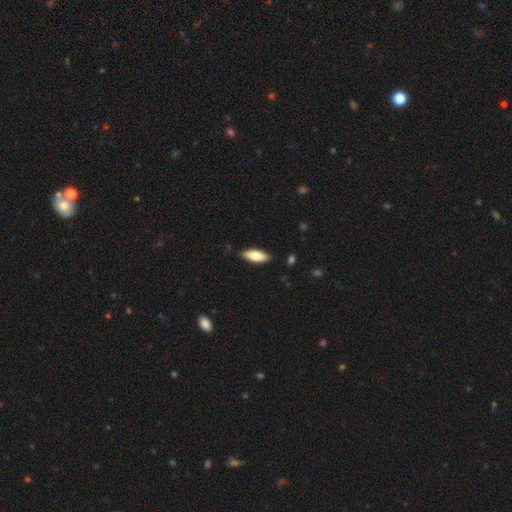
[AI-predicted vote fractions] Smooth or featured?
  - smooth: 76% *
  - featured or disk: 18%
  - star or artifact: 6%
How rounded?
  - in between: 73% *
  - cigar-shaped: 25%
  - round: 2%
Merging?
  - none: 85% *
  - minor disturbance: 12%
  - major disturbance: 2%
  - merger: 1%